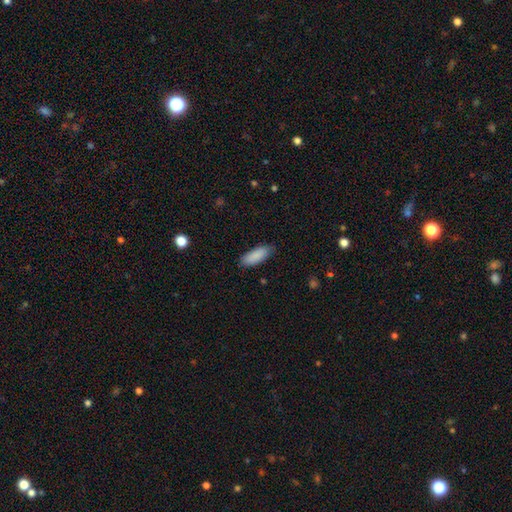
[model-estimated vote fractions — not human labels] A smooth galaxy with no disk features (89%) that is in between round and cigar-shaped (75%).

Vote fractions:
- Smooth or featured? smooth: 89% / star or artifact: 6% / featured or disk: 5%
- How rounded? in between: 75% / cigar-shaped: 24% / round: 2%
- Merging? none: 83% / minor disturbance: 14% / major disturbance: 2% / merger: 1%